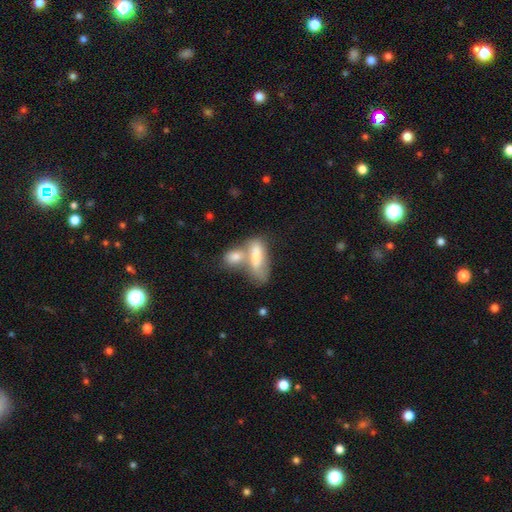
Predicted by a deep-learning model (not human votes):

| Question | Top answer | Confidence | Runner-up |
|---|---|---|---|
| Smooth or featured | smooth | 71% | featured or disk (21%) |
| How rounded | in between | 69% | cigar-shaped (27%) |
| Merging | merger | 60% | none (21%) |